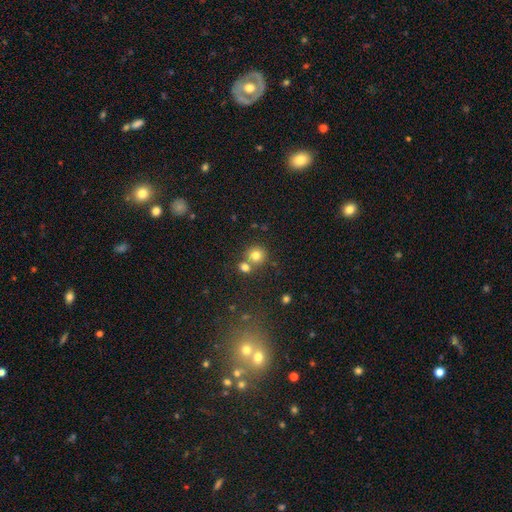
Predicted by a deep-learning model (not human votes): Smooth or featured? smooth (77%)
How rounded? round (89%)
Merging? none (60%)